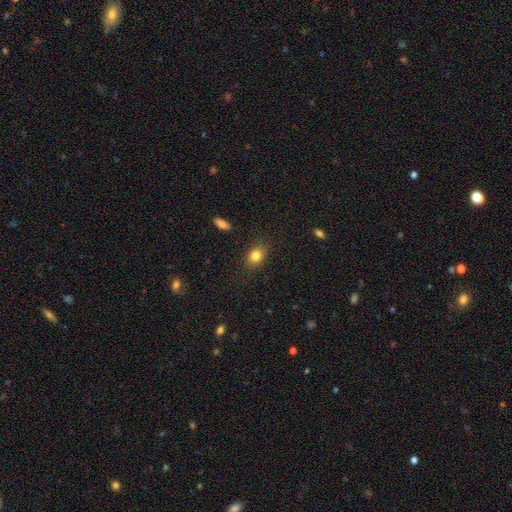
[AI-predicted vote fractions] Overall: smooth (83%). How rounded: in between (73%). Merging: none (84%).